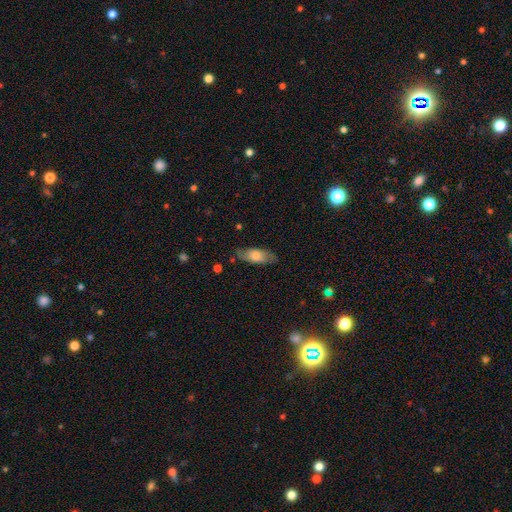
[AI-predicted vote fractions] Q: Smooth or featured?
A: smooth (62%); runner-up: featured or disk (31%)
Q: How rounded?
A: in between (79%); runner-up: cigar-shaped (18%)
Q: Merging?
A: none (78%); runner-up: minor disturbance (16%)